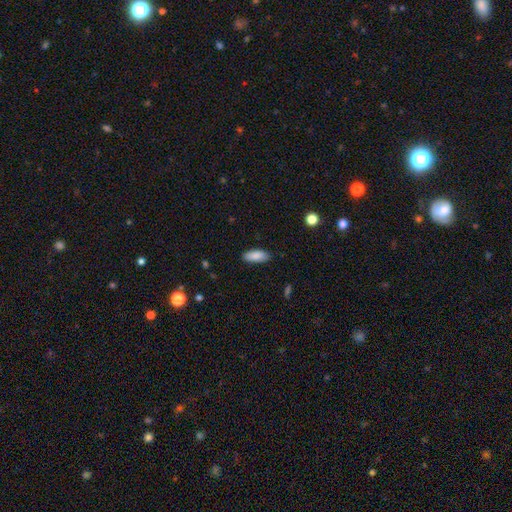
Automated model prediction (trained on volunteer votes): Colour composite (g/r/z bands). It shows a smooth galaxy with no disk features (88%) that is in between round and cigar-shaped (77%). Merging: none (87%).